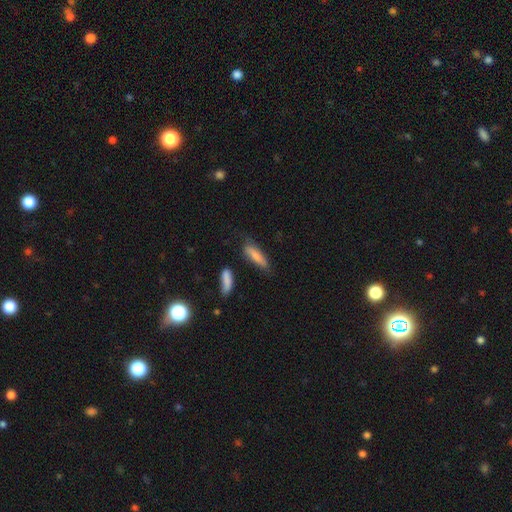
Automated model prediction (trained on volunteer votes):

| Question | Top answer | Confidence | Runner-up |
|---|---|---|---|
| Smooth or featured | smooth | 77% | featured or disk (16%) |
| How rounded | cigar-shaped | 65% | in between (33%) |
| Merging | none | 66% | minor disturbance (22%) |